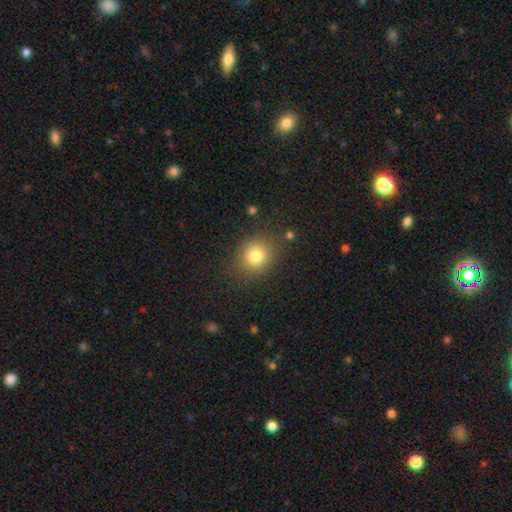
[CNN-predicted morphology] A smooth galaxy with no disk features (79%) that is round (75%). Merging: none (83%).